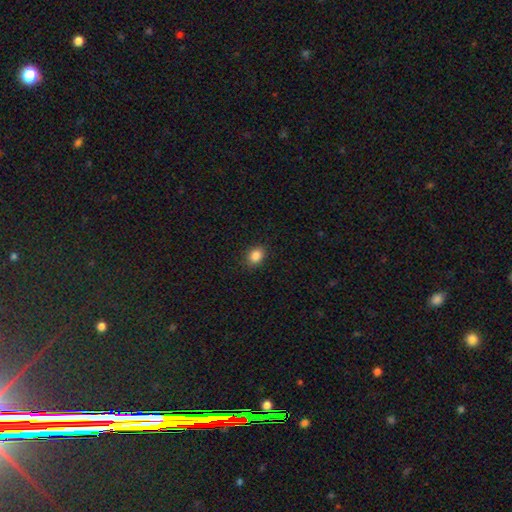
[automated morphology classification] Smooth or featured?
  - smooth: 86% *
  - star or artifact: 10%
  - featured or disk: 4%
How rounded?
  - in between: 60% *
  - round: 39%
  - cigar-shaped: 1%
Merging?
  - none: 88% *
  - minor disturbance: 9%
  - major disturbance: 2%
  - merger: 1%